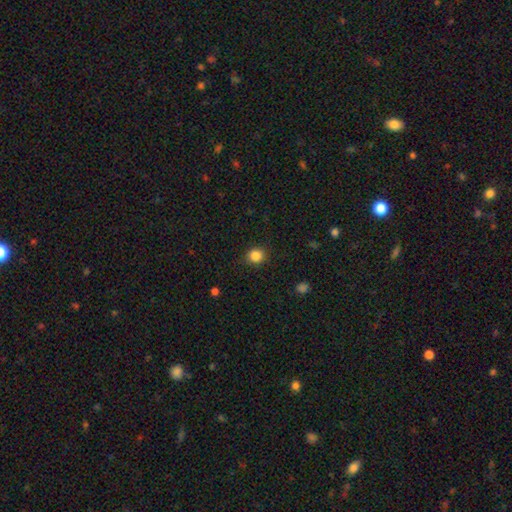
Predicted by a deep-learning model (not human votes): Smooth or featured?
  - smooth: 85% *
  - star or artifact: 11%
  - featured or disk: 4%
How rounded?
  - round: 85% *
  - in between: 14%
  - cigar-shaped: 1%
Merging?
  - none: 89% *
  - minor disturbance: 8%
  - major disturbance: 3%
  - merger: 1%